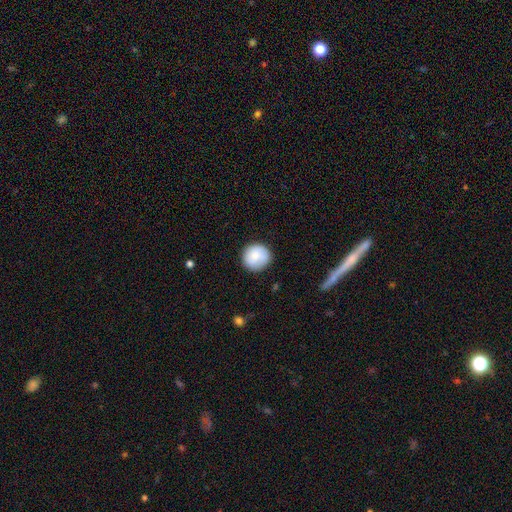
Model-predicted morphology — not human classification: Overall: smooth (81%). How rounded: round (90%). Merging: none (83%).